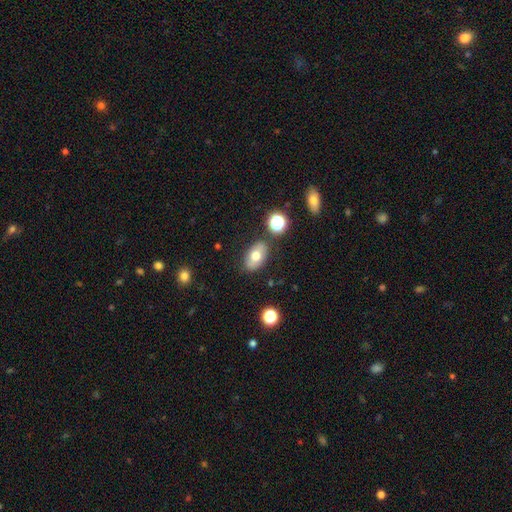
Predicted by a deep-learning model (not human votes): Morphology: type=smooth (68%); roundness=in between (88%); merging=none (81%).